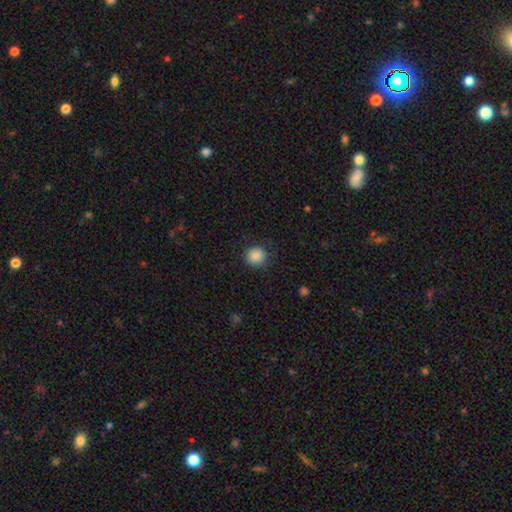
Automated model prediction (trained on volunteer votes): Overall: smooth (88%). How rounded: round (89%). Merging: none (87%).